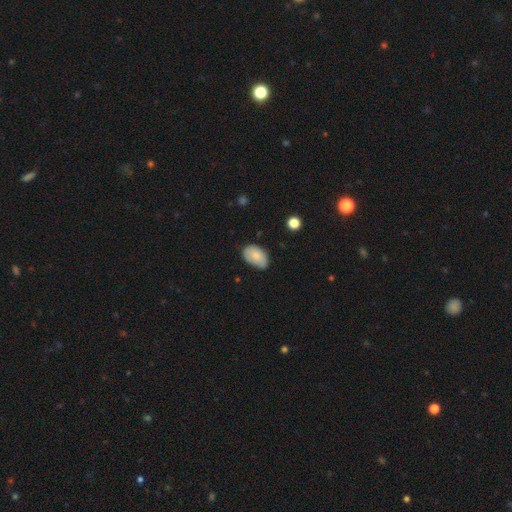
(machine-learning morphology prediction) A smooth galaxy with no disk features (81%) that is in between round and cigar-shaped (90%).

Vote fractions:
- Smooth or featured? smooth: 81% / featured or disk: 11% / star or artifact: 7%
- How rounded? in between: 90% / round: 9% / cigar-shaped: 1%
- Merging? none: 63% / minor disturbance: 31% / major disturbance: 5% / merger: 2%